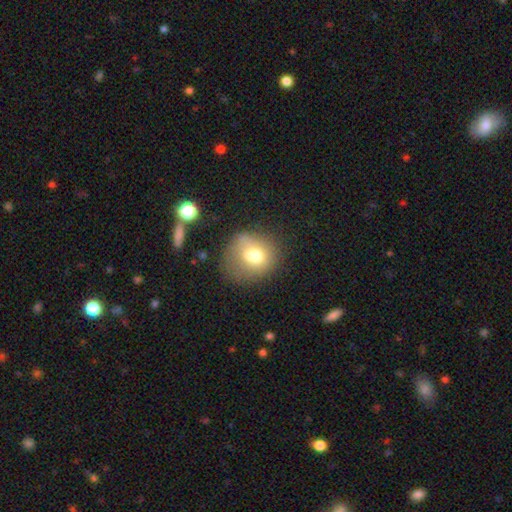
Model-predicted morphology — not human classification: Smooth or featured?
  - smooth: 65% *
  - featured or disk: 24%
  - star or artifact: 11%
How rounded?
  - round: 67% *
  - in between: 32%
  - cigar-shaped: 1%
Merging?
  - none: 39% *
  - merger: 26%
  - minor disturbance: 20%
  - major disturbance: 15%